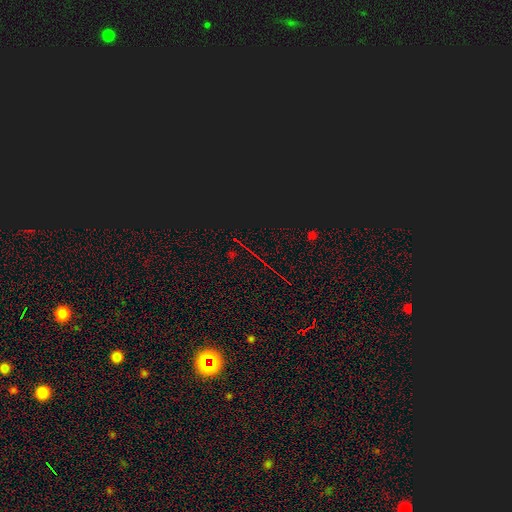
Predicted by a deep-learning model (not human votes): A star or artifact, not a galaxy (83%).

Vote fractions:
- Smooth or featured? star or artifact: 83% / featured or disk: 9% / smooth: 8%